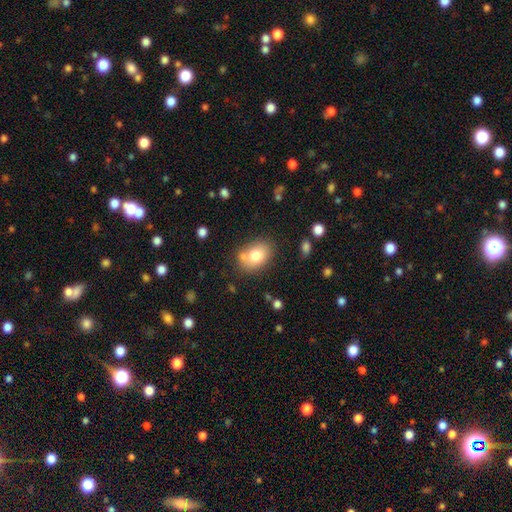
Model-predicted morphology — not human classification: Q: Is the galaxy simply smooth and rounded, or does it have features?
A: smooth — 77%.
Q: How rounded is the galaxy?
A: in between — 73%.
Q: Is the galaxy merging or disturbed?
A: none — 68%.